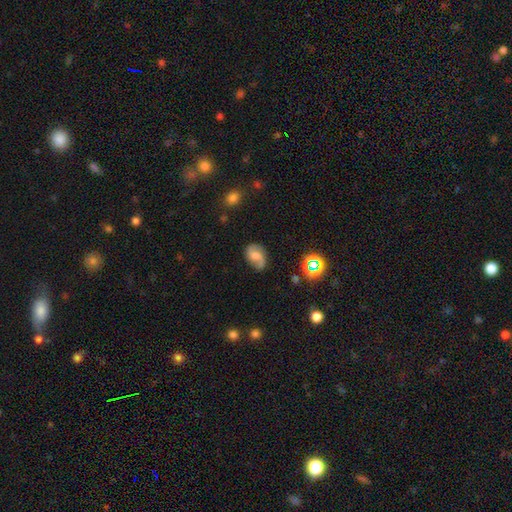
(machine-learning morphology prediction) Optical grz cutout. It shows a featured or disk galaxy (68%) with a weak bar (46%), 2 (82%) medium (47%) spiral arms (93%) and a moderate central bulge (38%). Merging: none (66%).